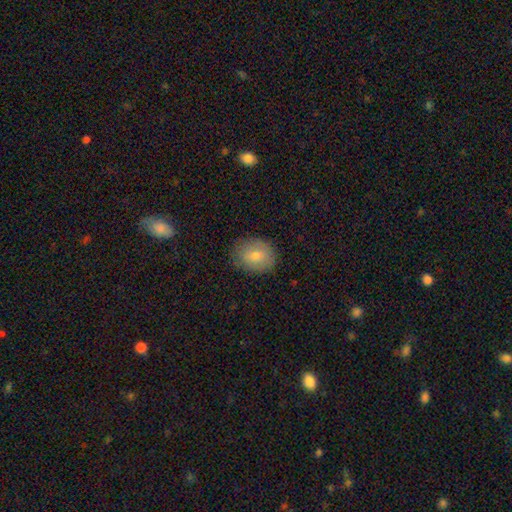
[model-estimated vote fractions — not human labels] This appears to be a smooth galaxy with no disk features (76%) that is round (52%). Merging: none (84%).